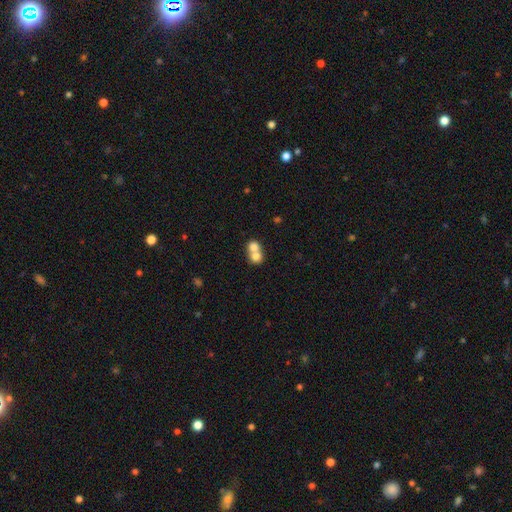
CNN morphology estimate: Smooth or featured? smooth (75%)
How rounded? round (75%)
Merging? merger (71%)